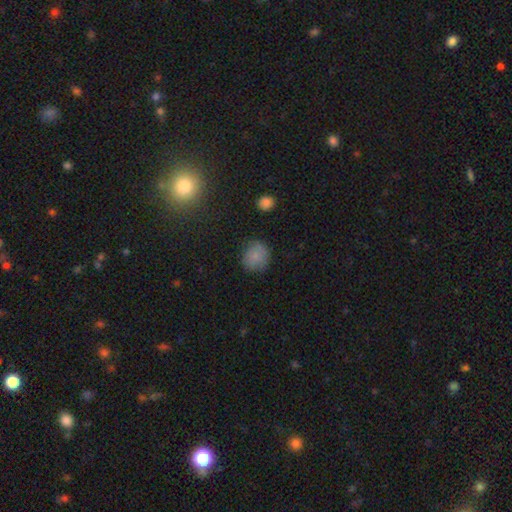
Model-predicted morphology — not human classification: smooth_or_featured: smooth (p=0.80) [alt: star or artifact p=0.11]
how_rounded: round (p=0.84) [alt: in between p=0.15]
merging: none (p=0.78) [alt: minor disturbance p=0.16]